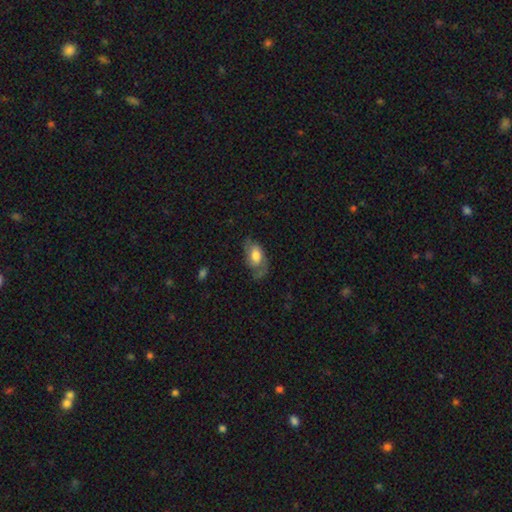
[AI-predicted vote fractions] featured or disk 53%, smooth 40%, star or artifact 7%. Down the decision tree: edge-on disk — no (93%); merging — none (57%).